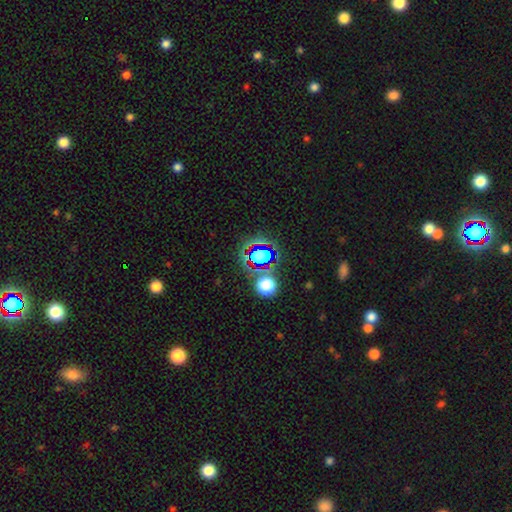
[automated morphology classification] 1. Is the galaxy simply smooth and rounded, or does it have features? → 58% star or artifact, 29% smooth, 13% featured or disk.